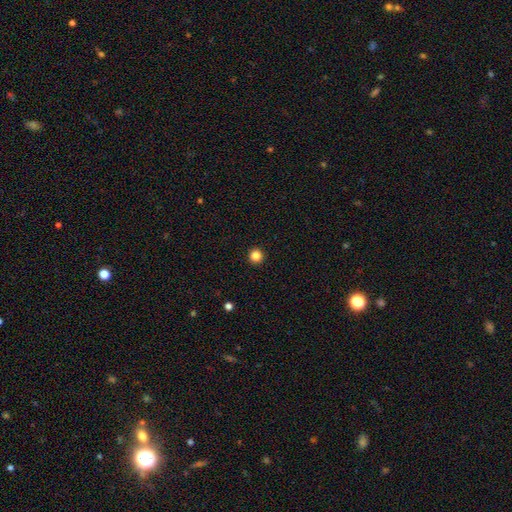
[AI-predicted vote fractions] Overall: smooth (84%). How rounded: round (96%). Merging: none (94%).